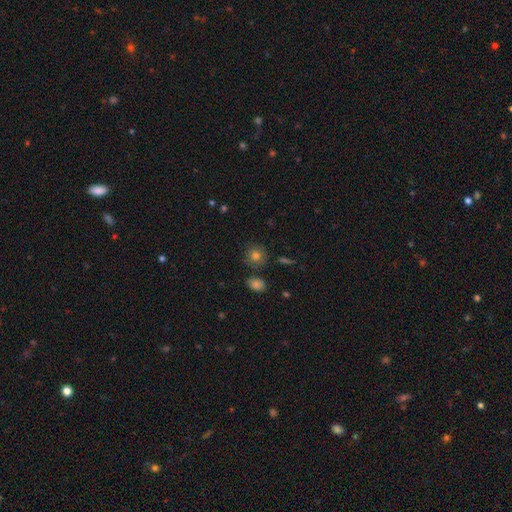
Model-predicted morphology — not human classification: Smooth or featured? smooth (77%)
How rounded? round (88%)
Merging? none (80%)